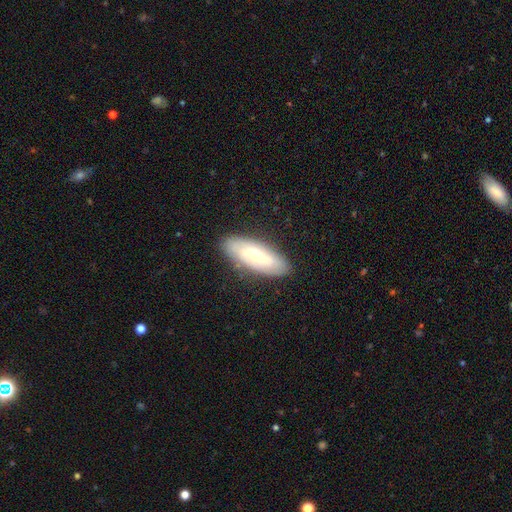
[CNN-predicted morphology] A featured or disk galaxy (50%).

Vote fractions:
- Smooth or featured? featured or disk: 50% / smooth: 44% / star or artifact: 6%
- Merging? none: 86% / minor disturbance: 11% / major disturbance: 3% / merger: 1%